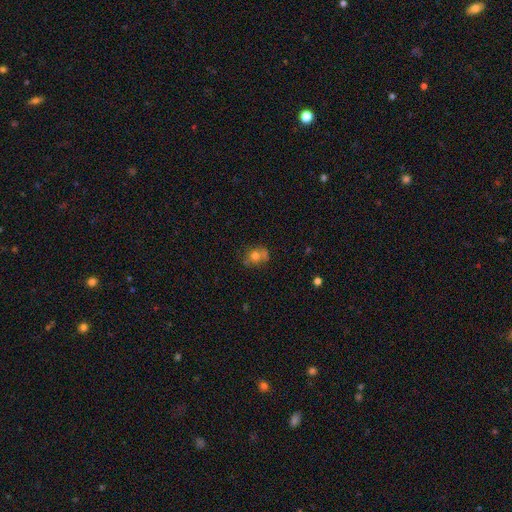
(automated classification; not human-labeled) The model was most divided on "merging": none: 54%, minor disturbance: 21%, merger: 16%, major disturbance: 9%. More confident: smooth or featured — smooth (68%); how rounded — round (66%).